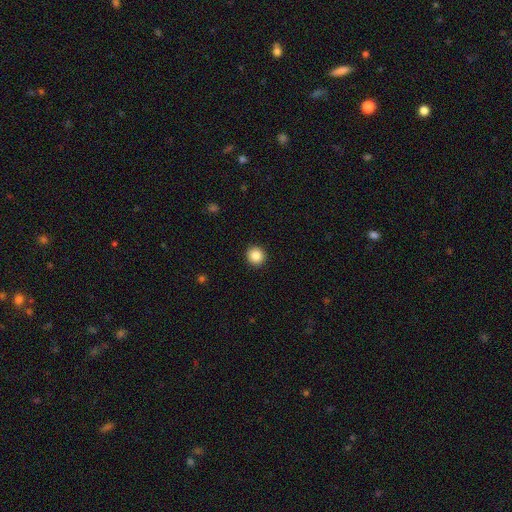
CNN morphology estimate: Overall: smooth (86%). How rounded: round (93%). Merging: none (93%).